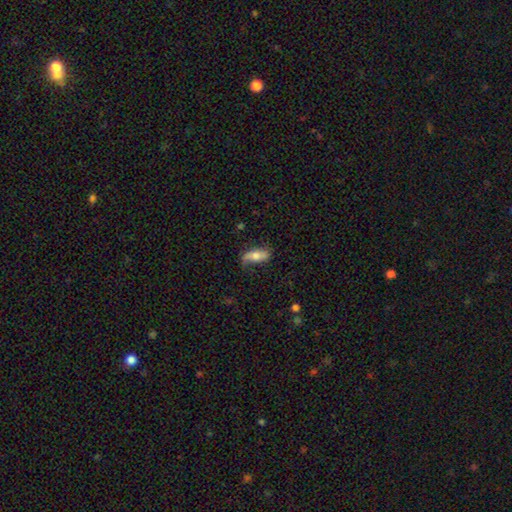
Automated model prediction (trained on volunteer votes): smooth-or-featured: smooth: 53% | featured or disk: 40% | star or artifact: 7%
  how-rounded: in between: 69% | cigar-shaped: 27% | round: 3%
  merging: none: 60% | minor disturbance: 27% | major disturbance: 11% | merger: 2%